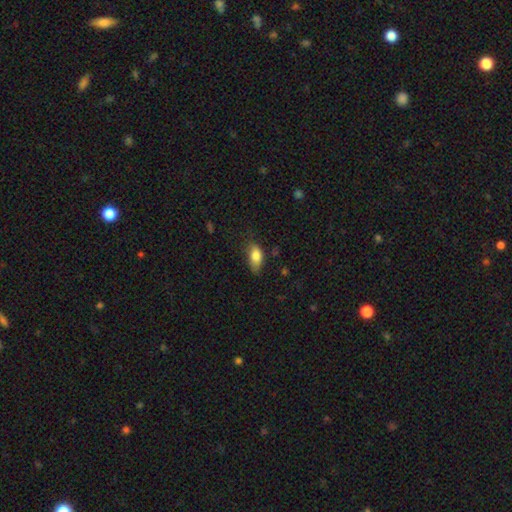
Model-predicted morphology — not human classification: Overall: smooth (82%). How rounded: in between (88%). Merging: none (53%; minor disturbance 34%).